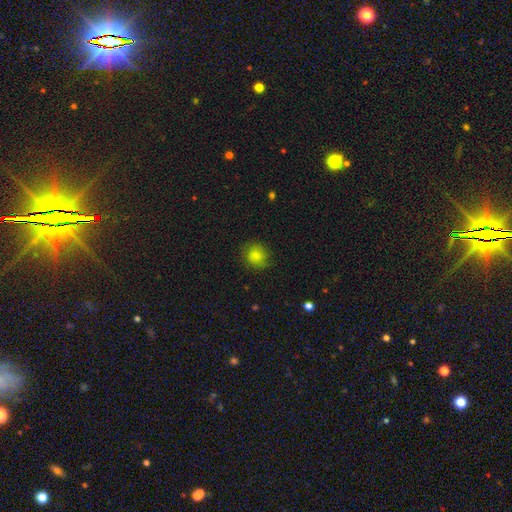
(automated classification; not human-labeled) Smooth or featured? smooth (83%)
How rounded? round (84%)
Merging? none (81%)